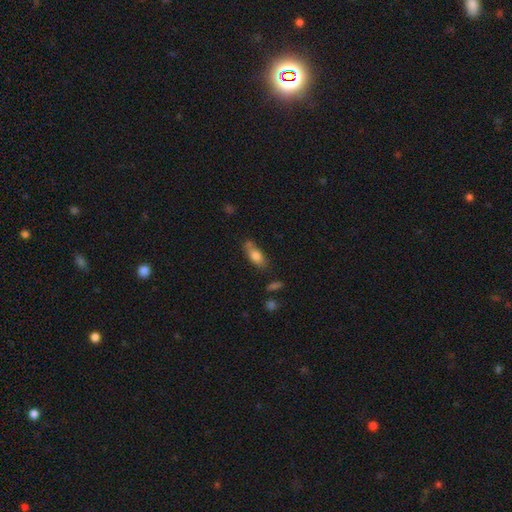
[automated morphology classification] The model was most divided on "merging": none: 54%, minor disturbance: 21%, merger: 18%, major disturbance: 6%. More confident: how rounded — in between (78%); smooth or featured — smooth (76%).